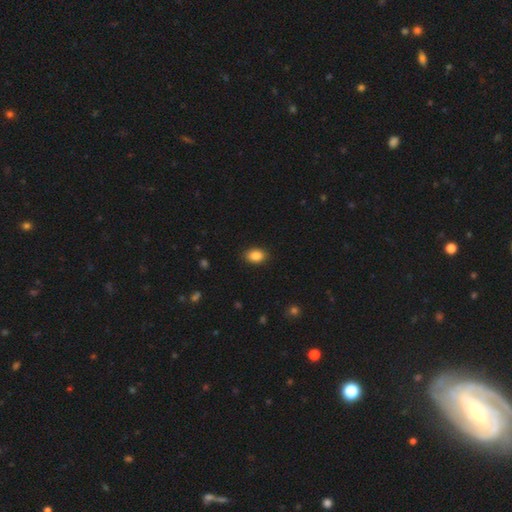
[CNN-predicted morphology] type=smooth (88%); roundness=in between (82%); merging=none (88%).